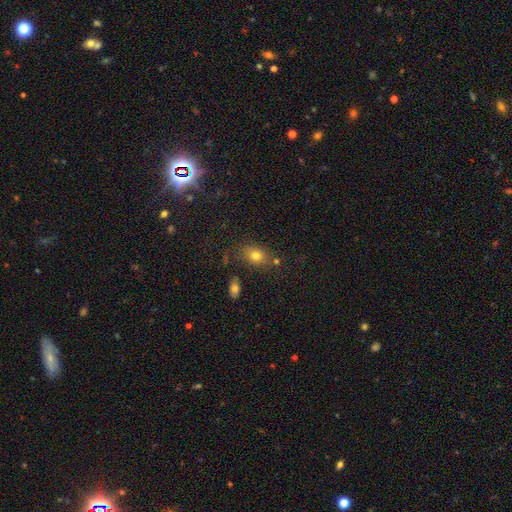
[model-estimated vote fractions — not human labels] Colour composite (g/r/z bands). It shows a smooth galaxy with no disk features (75%) that is in between round and cigar-shaped (67%). Merging: none (73%).